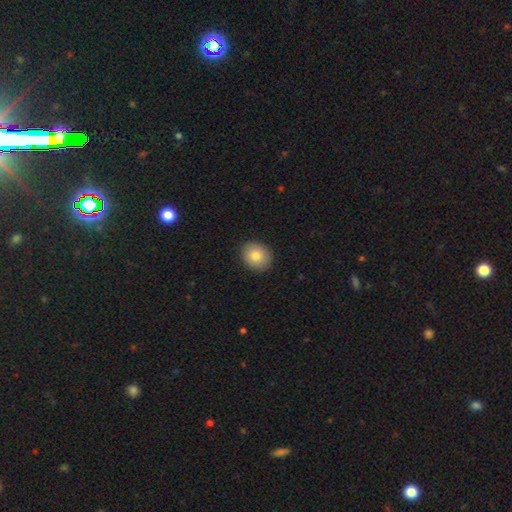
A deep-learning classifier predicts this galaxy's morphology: Smooth or featured?
  - smooth: 82% *
  - featured or disk: 10%
  - star or artifact: 8%
How rounded?
  - round: 66% *
  - in between: 33%
  - cigar-shaped: 1%
Merging?
  - none: 90% *
  - minor disturbance: 7%
  - major disturbance: 2%
  - merger: 1%